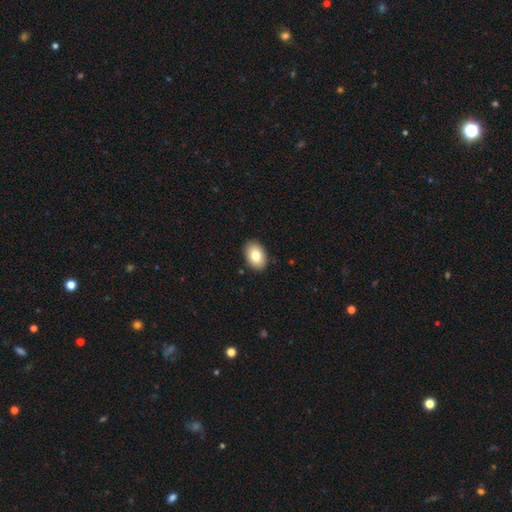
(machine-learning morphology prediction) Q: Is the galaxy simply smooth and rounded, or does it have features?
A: smooth — 80%.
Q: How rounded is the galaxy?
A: in between — 84%.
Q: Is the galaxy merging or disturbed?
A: none — 89%.